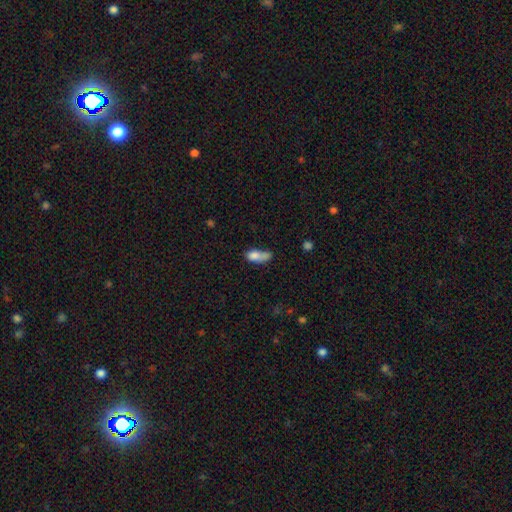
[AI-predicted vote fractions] This appears to be a smooth galaxy with no disk features (77%) that is in between round and cigar-shaped (79%). Merging: none (29%).